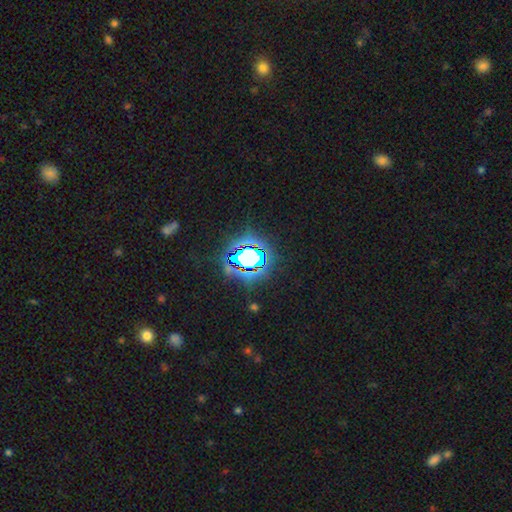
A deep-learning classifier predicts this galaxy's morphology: The model was most divided on "smooth or featured": star or artifact: 75%, smooth: 15%, featured or disk: 10%.